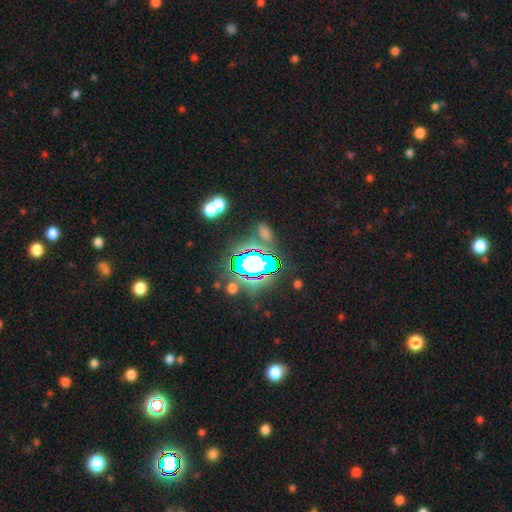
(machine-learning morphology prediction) The model was most divided on "smooth or featured": star or artifact: 65%, smooth: 20%, featured or disk: 15%.